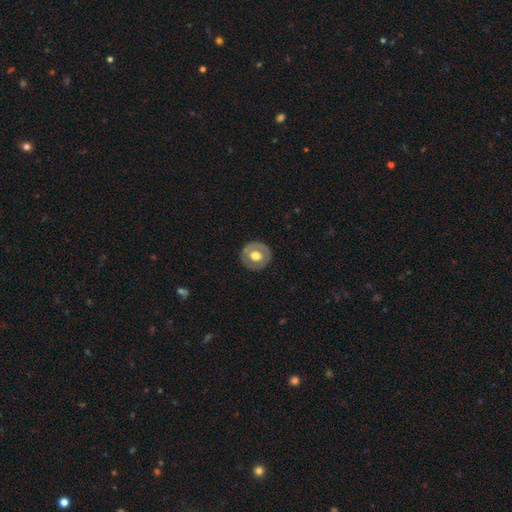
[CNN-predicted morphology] The model was most divided on "smooth or featured": smooth: 49%, featured or disk: 45%, star or artifact: 5%. More confident: merging — none (86%).